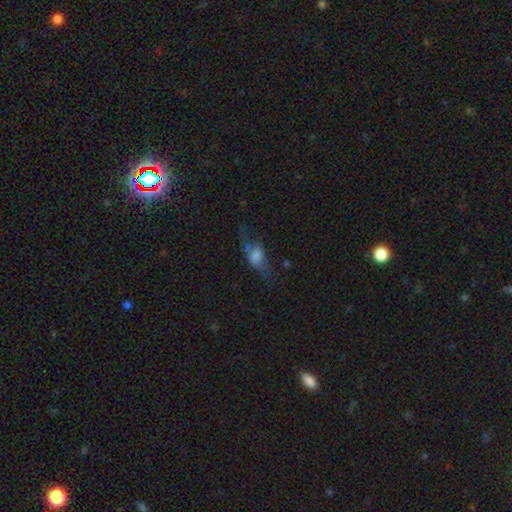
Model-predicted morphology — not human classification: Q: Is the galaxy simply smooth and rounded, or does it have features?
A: smooth — 51%.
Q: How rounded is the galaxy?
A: in between — 71%.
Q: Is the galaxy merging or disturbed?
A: none — 43%.